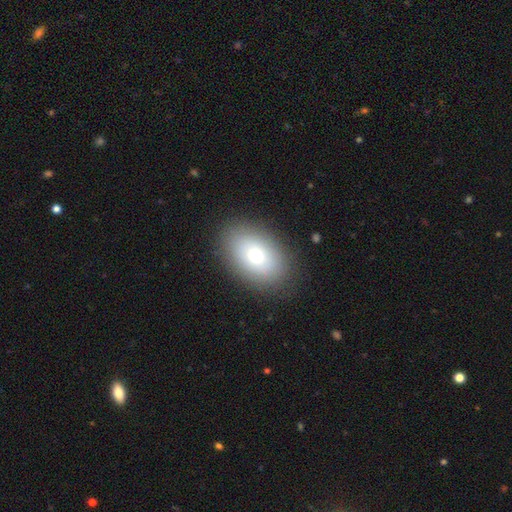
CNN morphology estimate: Smooth or featured: smooth — 71% (featured or disk — 18%)
How rounded: in between — 82% (round — 17%)
Merging: none — 86% (minor disturbance — 9%)